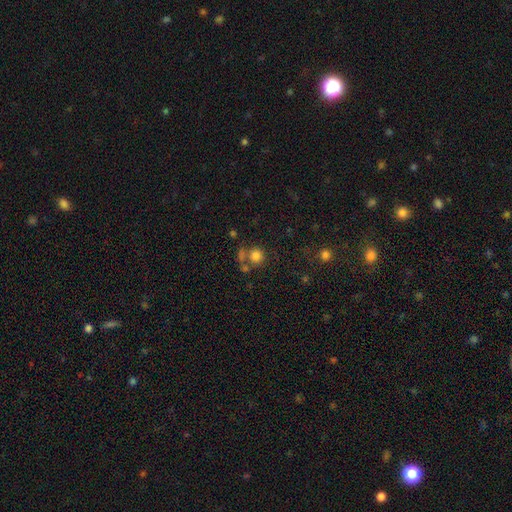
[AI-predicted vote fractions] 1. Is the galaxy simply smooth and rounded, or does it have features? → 78% smooth, 13% star or artifact, 9% featured or disk.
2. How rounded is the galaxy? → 89% round, 10% in between, 1% cigar-shaped.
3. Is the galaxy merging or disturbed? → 56% none, 26% merger, 10% minor disturbance, 8% major disturbance.